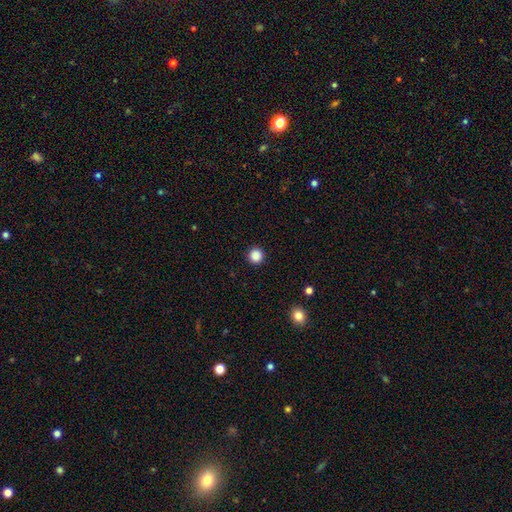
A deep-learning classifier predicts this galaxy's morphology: type=smooth (87%); roundness=round (95%); merging=none (93%).